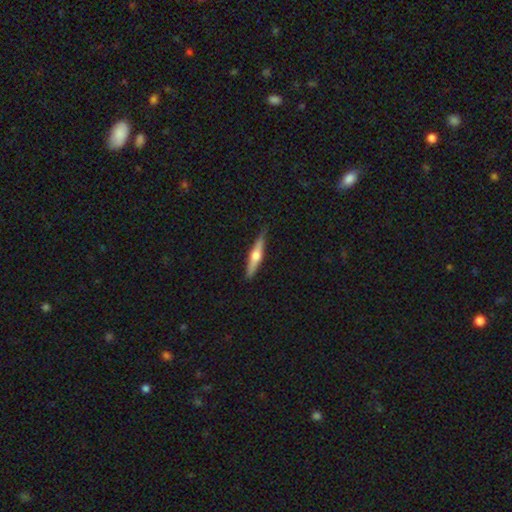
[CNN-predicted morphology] Overall: featured or disk (60%; smooth 34%). Edge-on disk: yes (97%). Edge-on bulge: rounded (93%). Merging: none (86%).